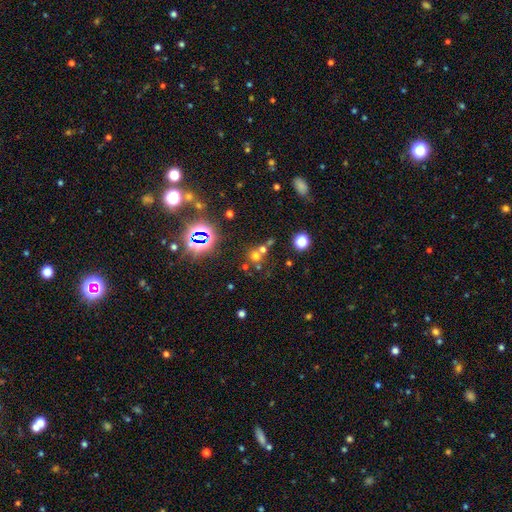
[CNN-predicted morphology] Smooth or featured?
  - smooth: 47% *
  - star or artifact: 41%
  - featured or disk: 12%
Merging?
  - none: 55% *
  - merger: 34%
  - minor disturbance: 7%
  - major disturbance: 4%